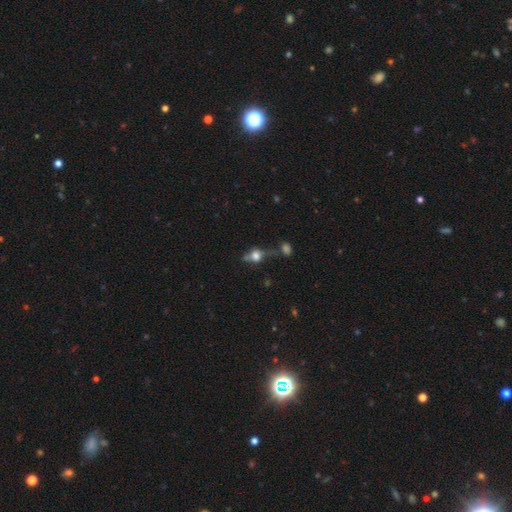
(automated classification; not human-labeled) Smooth or featured? Predicted: smooth (p=0.43). Merging? Predicted: none (p=0.53).